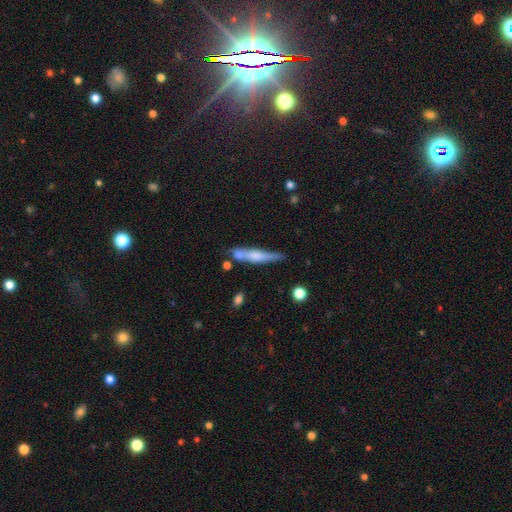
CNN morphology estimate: This appears to be a smooth galaxy with no disk features (51%) that is cigar-shaped (86%). Merging: none (56%).